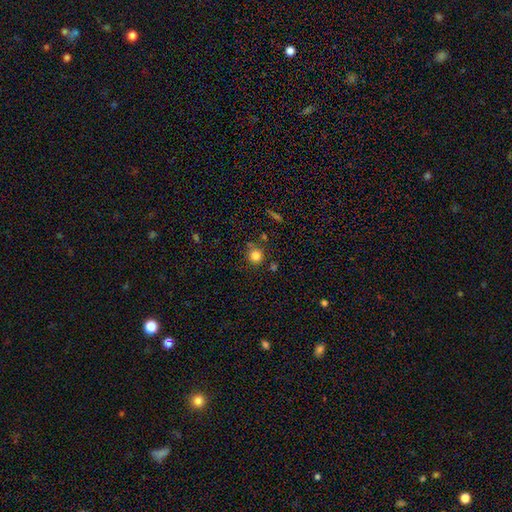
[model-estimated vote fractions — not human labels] Smooth or featured? Predicted: smooth (p=0.81). How rounded? Predicted: round (p=0.91). Merging? Predicted: none (p=0.76).